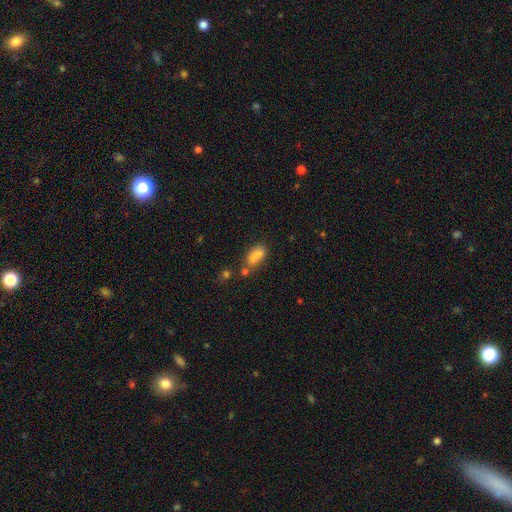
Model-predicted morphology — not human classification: Q: Smooth or featured?
A: smooth (73%); runner-up: featured or disk (15%)
Q: How rounded?
A: in between (80%); runner-up: round (12%)
Q: Merging?
A: merger (42%); runner-up: none (34%)